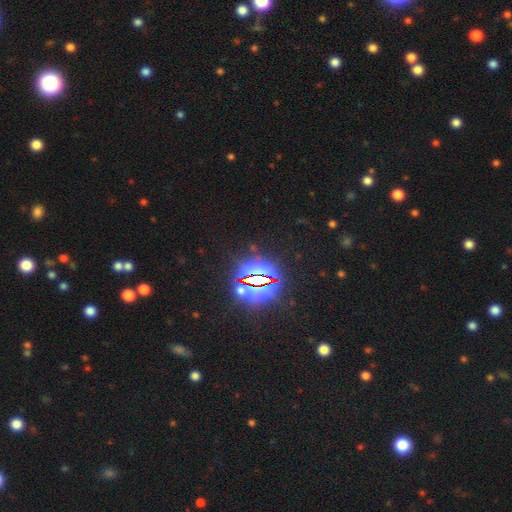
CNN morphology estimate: Smooth or featured?
  - star or artifact: 85% *
  - smooth: 9%
  - featured or disk: 6%